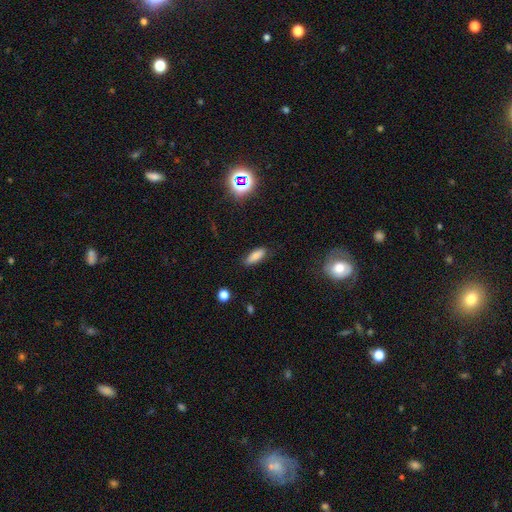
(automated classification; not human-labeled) The model was most divided on "how rounded": in between: 69%, cigar-shaped: 28%, round: 3%. More confident: merging — none (82%); smooth or featured — smooth (79%).